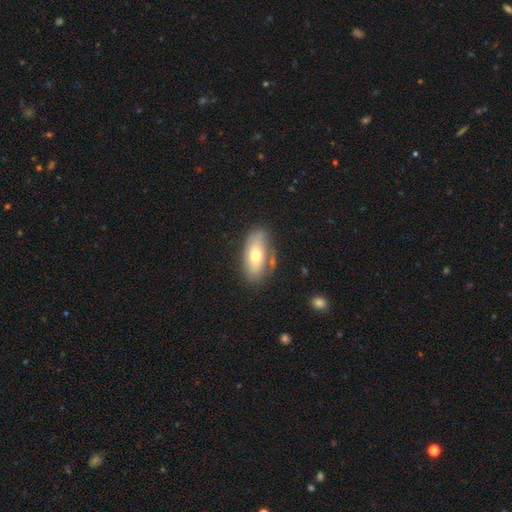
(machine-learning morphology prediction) Q: Smooth or featured?
A: smooth (55%); runner-up: featured or disk (38%)
Q: How rounded?
A: in between (85%); runner-up: cigar-shaped (11%)
Q: Merging?
A: none (71%); runner-up: minor disturbance (18%)